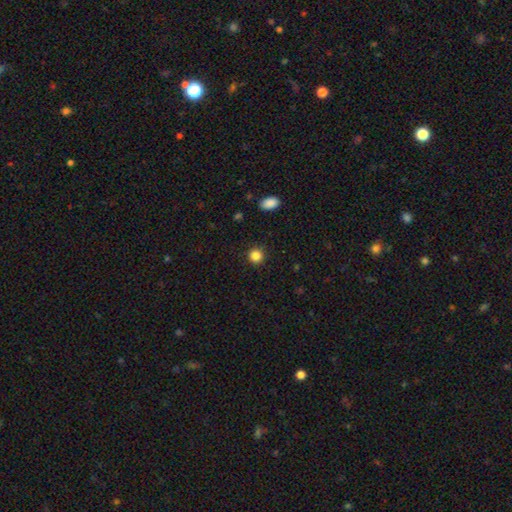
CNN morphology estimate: smooth 86%, star or artifact 11%, featured or disk 3%. Down the decision tree: how rounded — round (92%); merging — none (90%).